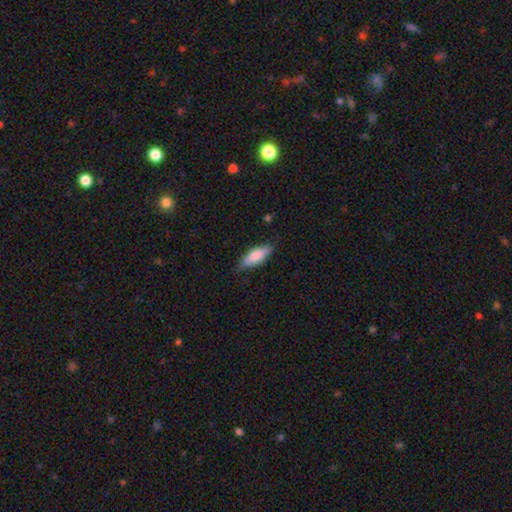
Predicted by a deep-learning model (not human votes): This is likely a smooth galaxy (78%). How rounded: likely in between (64%). Merging: likely none (78%).